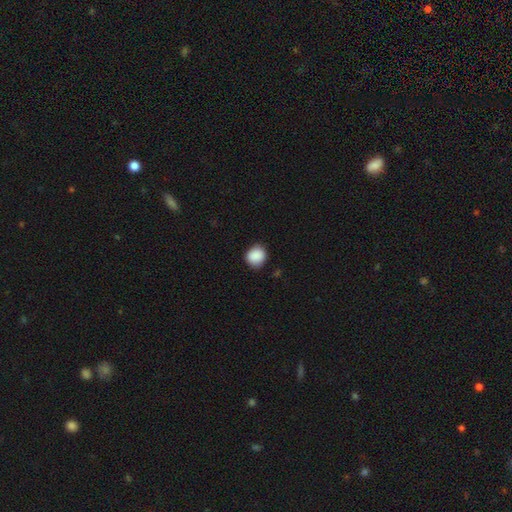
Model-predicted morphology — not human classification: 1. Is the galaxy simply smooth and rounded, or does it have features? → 89% smooth, 8% star or artifact, 3% featured or disk.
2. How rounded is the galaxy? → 77% round, 22% in between, 1% cigar-shaped.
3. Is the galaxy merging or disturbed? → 83% none, 14% minor disturbance, 3% major disturbance, 1% merger.